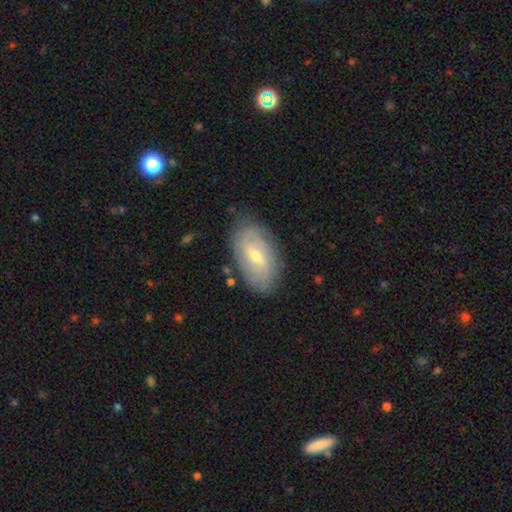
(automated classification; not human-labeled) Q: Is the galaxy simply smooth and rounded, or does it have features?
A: featured or disk — 66%.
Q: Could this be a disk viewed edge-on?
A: no — 93%.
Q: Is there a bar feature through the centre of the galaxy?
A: weak — 50%.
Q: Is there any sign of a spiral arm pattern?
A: yes — 82%.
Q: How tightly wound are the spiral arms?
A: tight — 59%.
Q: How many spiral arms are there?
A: can't tell — 47%.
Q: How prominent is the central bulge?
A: small — 52%.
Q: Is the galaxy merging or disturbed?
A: none — 80%.